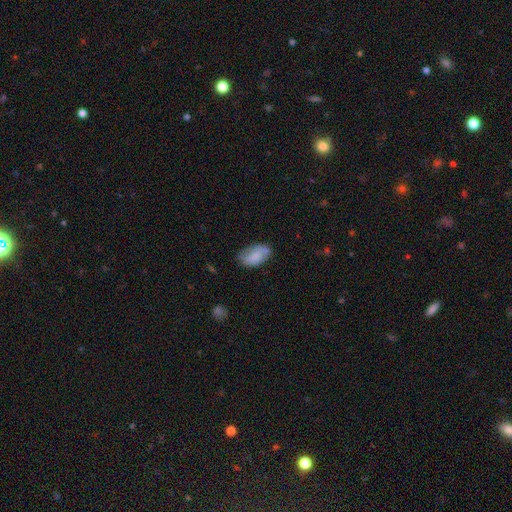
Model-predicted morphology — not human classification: Overall: smooth (75%). How rounded: in between (93%). Merging: none (58%; minor disturbance 29%).